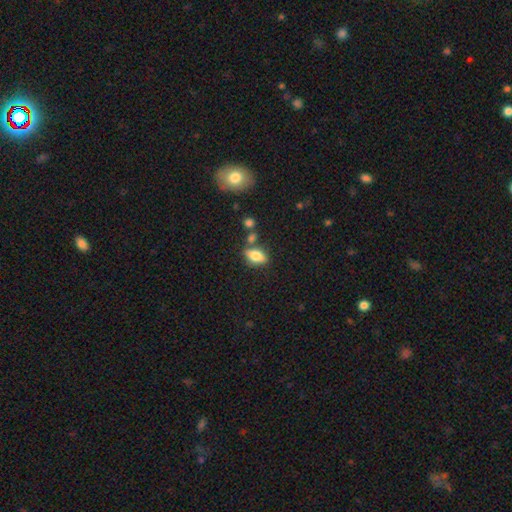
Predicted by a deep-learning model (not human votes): smooth 75%, featured or disk 16%, star or artifact 9%. Down the decision tree: how rounded — in between (84%); merging — none (68%).